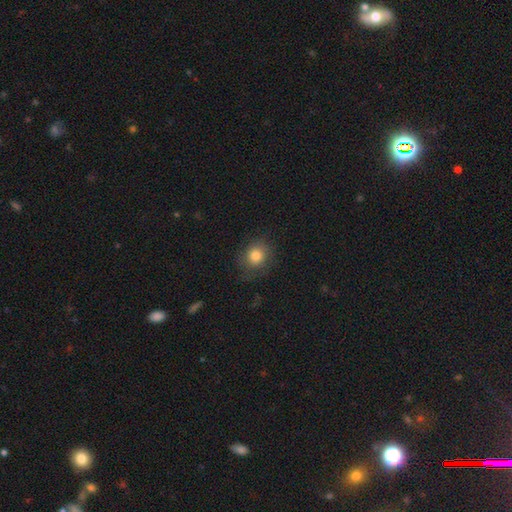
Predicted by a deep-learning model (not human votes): smooth-or-featured: smooth: 82% | star or artifact: 10% | featured or disk: 8%
  how-rounded: round: 74% | in between: 25% | cigar-shaped: 1%
  merging: none: 75% | minor disturbance: 17% | major disturbance: 7% | merger: 1%